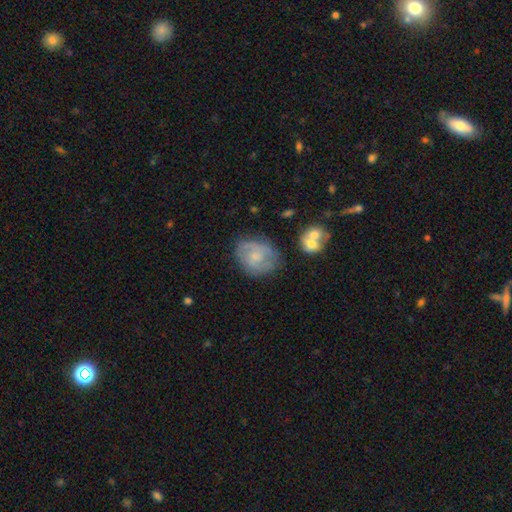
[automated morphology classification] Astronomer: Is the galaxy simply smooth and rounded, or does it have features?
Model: featured or disk — 58% (runner-up: smooth, 35%).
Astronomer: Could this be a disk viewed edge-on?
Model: no — 97%.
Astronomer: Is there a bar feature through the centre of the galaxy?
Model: no — 58% (runner-up: weak, 37%).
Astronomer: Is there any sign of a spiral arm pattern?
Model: yes — 84%.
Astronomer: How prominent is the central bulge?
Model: small — 47% (runner-up: moderate, 35%).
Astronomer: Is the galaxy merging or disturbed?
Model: none — 66%.